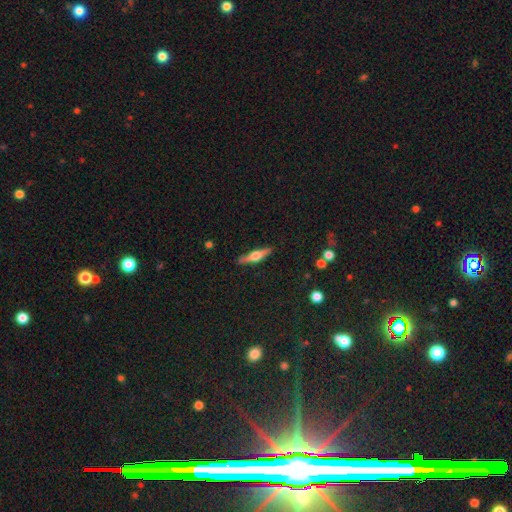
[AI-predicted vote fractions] Q: Smooth or featured?
A: featured or disk (65%); runner-up: smooth (29%)
Q: Edge-on disk?
A: yes (97%); runner-up: no (3%)
Q: Edge-on bulge?
A: rounded (92%); runner-up: boxy (6%)
Q: Merging?
A: none (89%); runner-up: minor disturbance (8%)